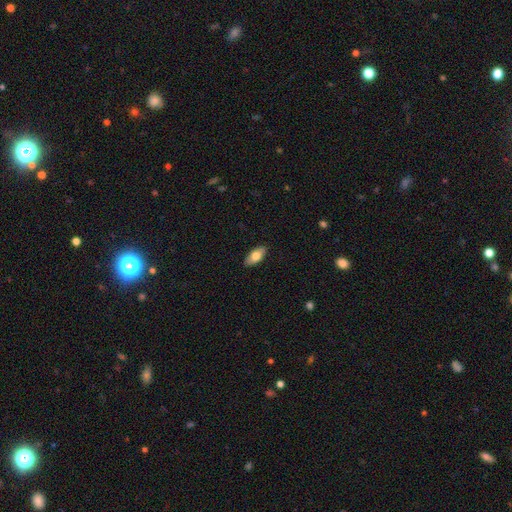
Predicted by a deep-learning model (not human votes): A smooth galaxy with no disk features (75%) that is in between round and cigar-shaped (89%). Merging: none (89%).